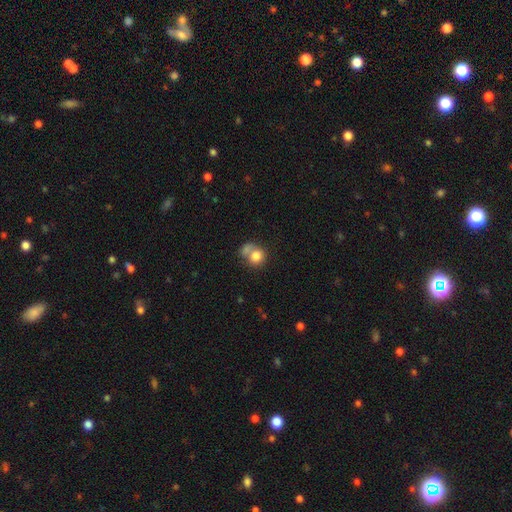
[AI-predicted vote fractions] smooth 77%, featured or disk 13%, star or artifact 10%. Down the decision tree: how rounded — round (74%); merging — merger (41%).